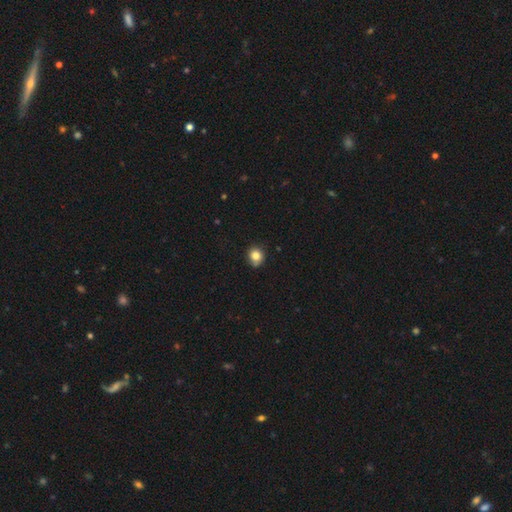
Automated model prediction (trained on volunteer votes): smooth 82%, star or artifact 11%, featured or disk 7%. Down the decision tree: how rounded — round (83%); merging — none (74%).